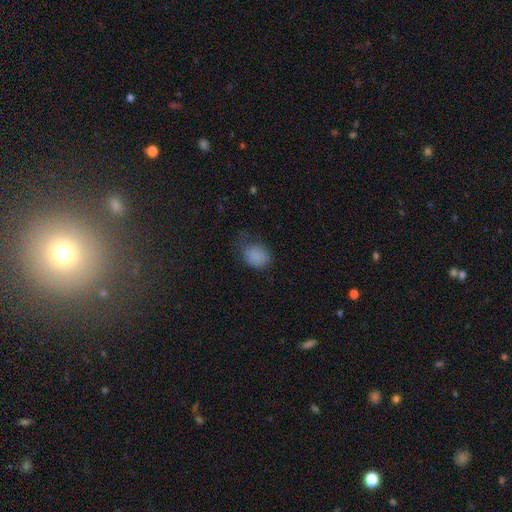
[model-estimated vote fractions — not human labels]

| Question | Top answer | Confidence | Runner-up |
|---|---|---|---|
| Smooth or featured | smooth | 83% | star or artifact (11%) |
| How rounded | in between | 51% | round (48%) |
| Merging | none | 49% | minor disturbance (33%) |